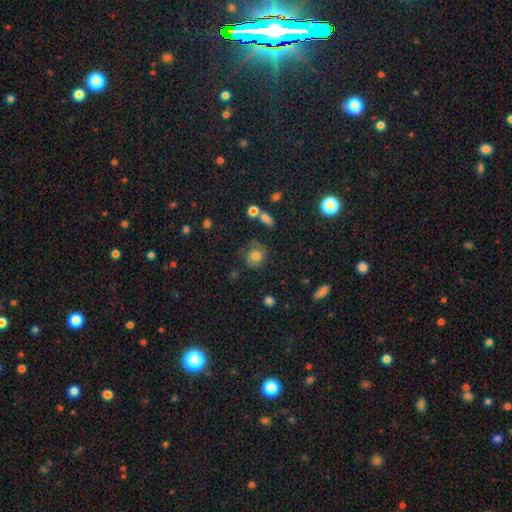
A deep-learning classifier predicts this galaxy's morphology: Smooth or featured?
  - smooth: 60% *
  - featured or disk: 27%
  - star or artifact: 13%
How rounded?
  - round: 75% *
  - in between: 23%
  - cigar-shaped: 1%
Merging?
  - none: 59% *
  - minor disturbance: 23%
  - major disturbance: 13%
  - merger: 4%